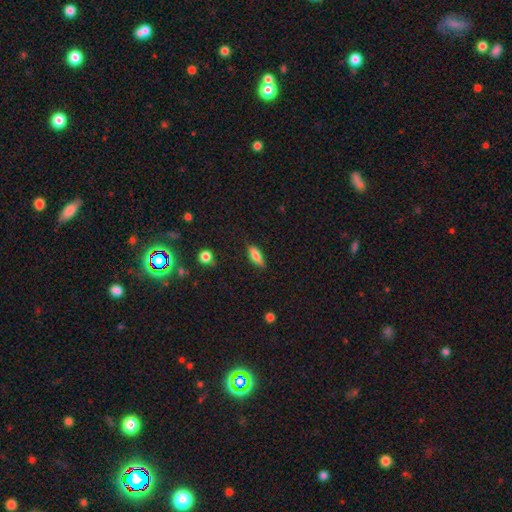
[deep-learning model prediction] Smooth or featured? Predicted: smooth (p=0.71). How rounded? Predicted: in between (p=0.63). Merging? Predicted: none (p=0.81).